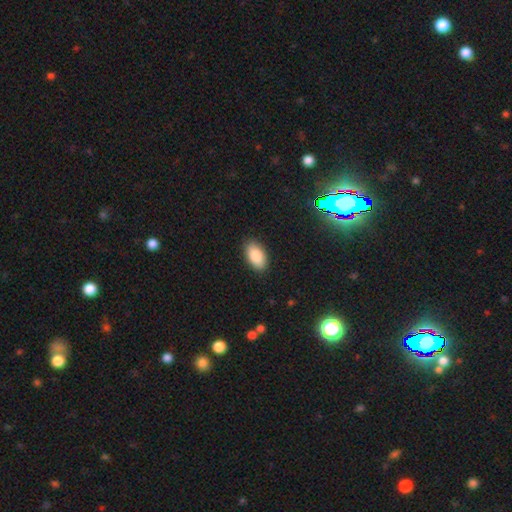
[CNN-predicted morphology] This appears to be a smooth galaxy with no disk features (87%) that is in between round and cigar-shaped (94%). Merging: none (88%).